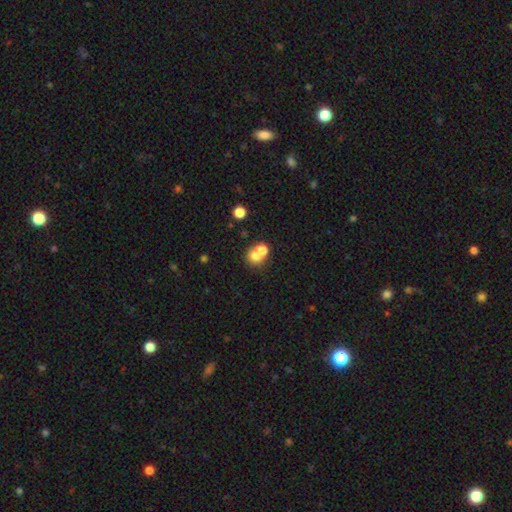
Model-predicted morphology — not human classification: Smooth or featured? Predicted: smooth (p=0.71). How rounded? Predicted: round (p=0.77). Merging? Predicted: merger (p=0.54).